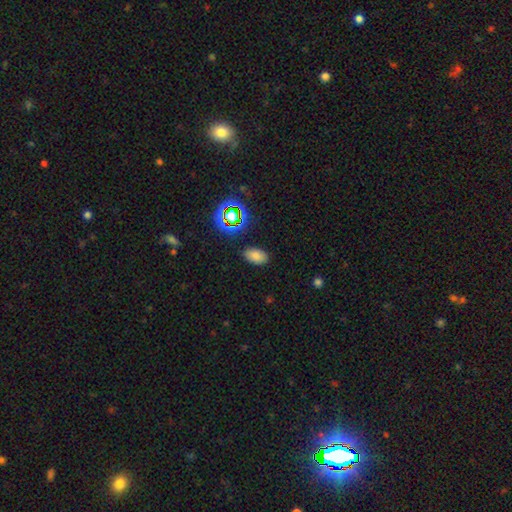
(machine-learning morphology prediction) A smooth galaxy with no disk features (75%) that is in between round and cigar-shaped (91%). Merging: none (85%).